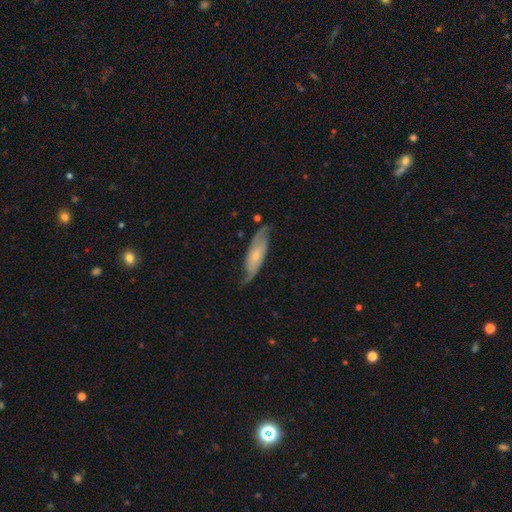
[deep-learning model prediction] smooth_or_featured: featured or disk (p=0.63) [alt: smooth p=0.32]
disk_edge_on: no (p=0.80) [alt: yes p=0.20]
merging: none (p=0.67) [alt: minor disturbance p=0.23]